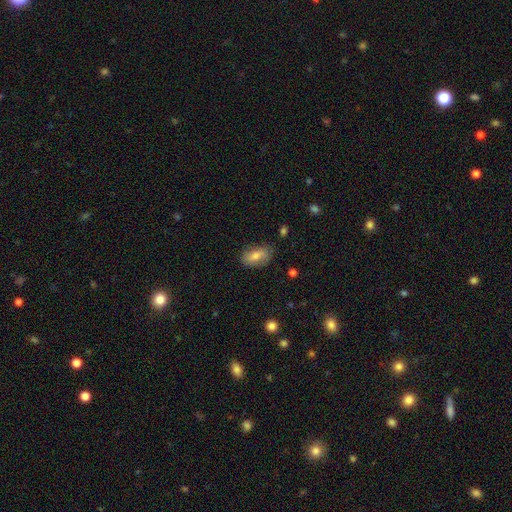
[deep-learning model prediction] Morphology: type=smooth (71%); roundness=in between (90%); merging=none (80%).